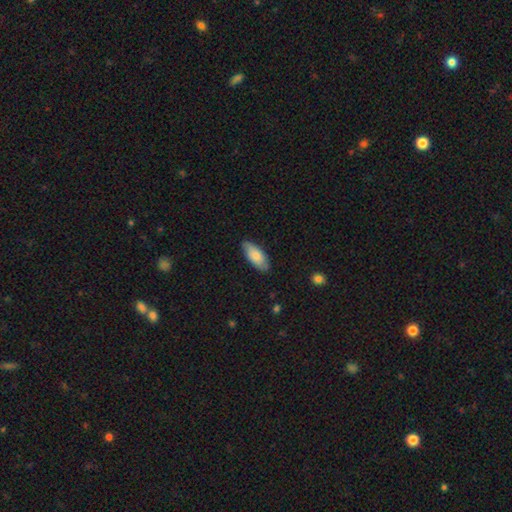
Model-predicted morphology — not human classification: This is likely a smooth galaxy (79%). How rounded: clearly in between (86%). Merging: clearly none (83%).